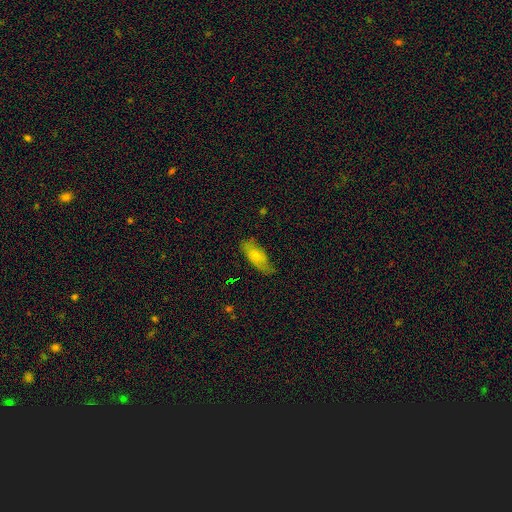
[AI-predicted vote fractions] Overall: smooth (69%). How rounded: in between (81%). Merging: none (63%; minor disturbance 28%).